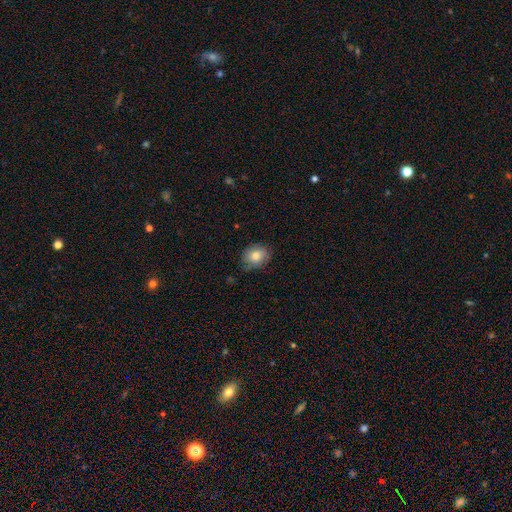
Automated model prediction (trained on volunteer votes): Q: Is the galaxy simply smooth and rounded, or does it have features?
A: smooth — 79%.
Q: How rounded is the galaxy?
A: round — 55%.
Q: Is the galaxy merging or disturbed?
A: none — 74%.